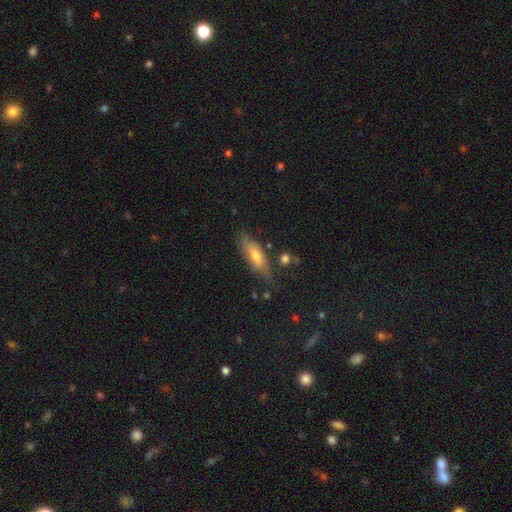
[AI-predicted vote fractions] smooth-or-featured: smooth: 45% | featured or disk: 43% | star or artifact: 13%
  merging: none: 76% | minor disturbance: 17% | major disturbance: 4% | merger: 3%